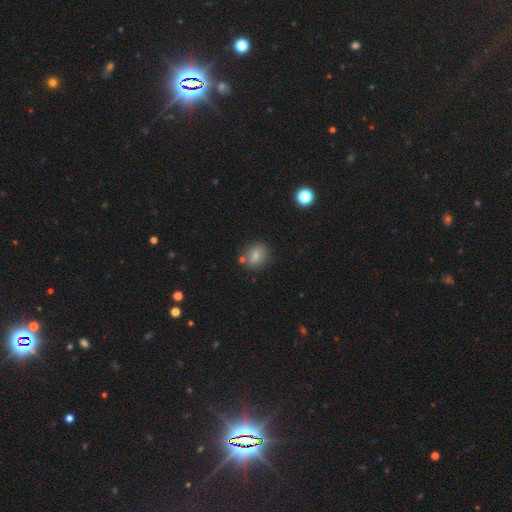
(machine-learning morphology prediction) Smooth or featured? Predicted: smooth (p=0.77). How rounded? Predicted: round (p=0.59). Merging? Predicted: none (p=0.79).